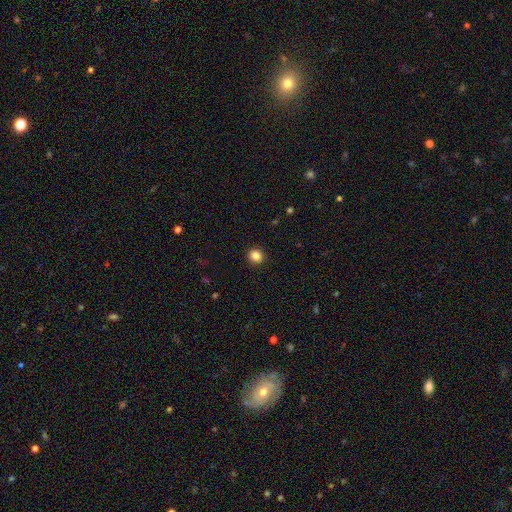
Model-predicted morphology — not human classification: Smooth or featured?
  - smooth: 85% *
  - star or artifact: 11%
  - featured or disk: 4%
How rounded?
  - round: 90% *
  - in between: 9%
  - cigar-shaped: 1%
Merging?
  - none: 92% *
  - minor disturbance: 5%
  - major disturbance: 2%
  - merger: 1%